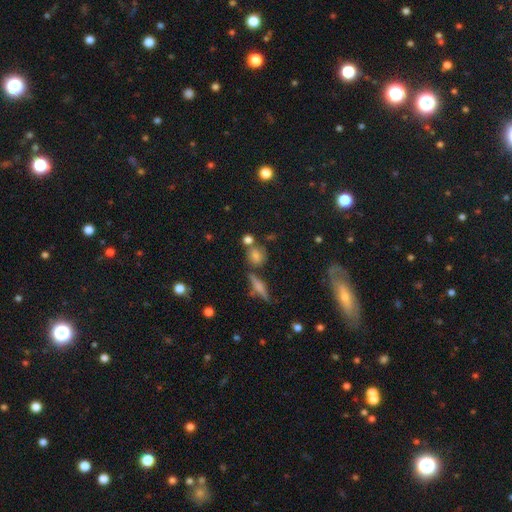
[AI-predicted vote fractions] Overall: smooth (69%). How rounded: round (68%). Merging: none (61%).